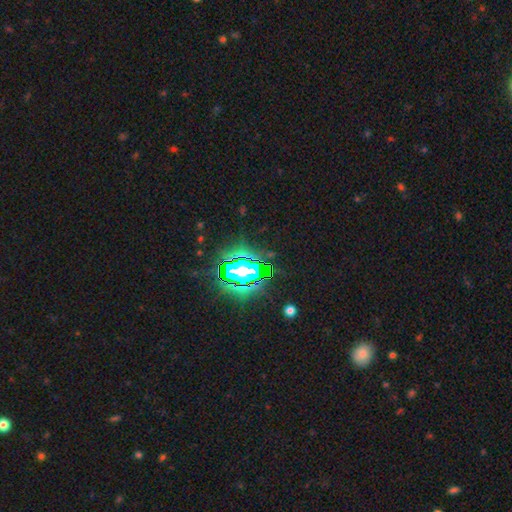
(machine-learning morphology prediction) star or artifact 83%, smooth 10%, featured or disk 6%.